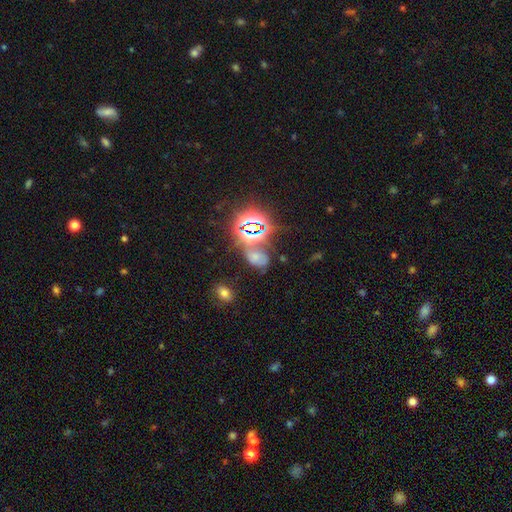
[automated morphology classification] type=star or artifact (67%).